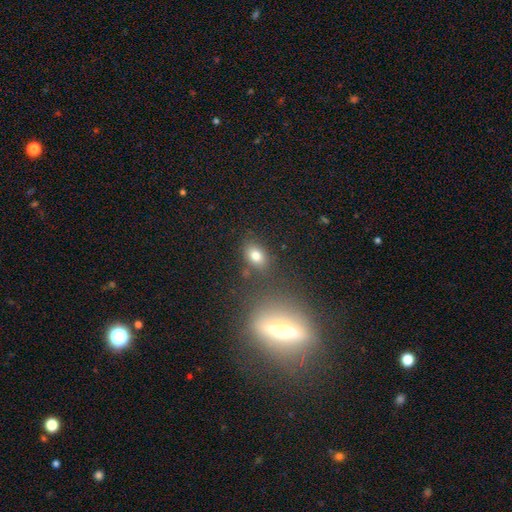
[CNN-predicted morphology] Smooth or featured: smooth — 78% (star or artifact — 12%)
How rounded: in between — 75% (round — 24%)
Merging: none — 75% (minor disturbance — 13%)